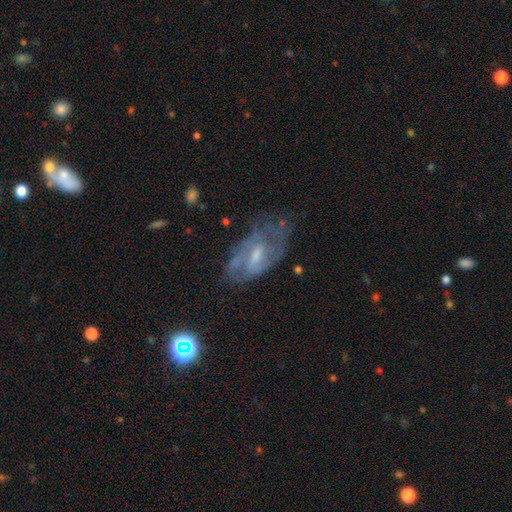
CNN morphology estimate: Overall: featured or disk (69%). Edge-on disk: no (93%). Bar: weak (53%; no 32%). Spiral arms: yes (75%). Bulge size: moderate (42%; small 40%). Merging: none (53%; minor disturbance 25%).